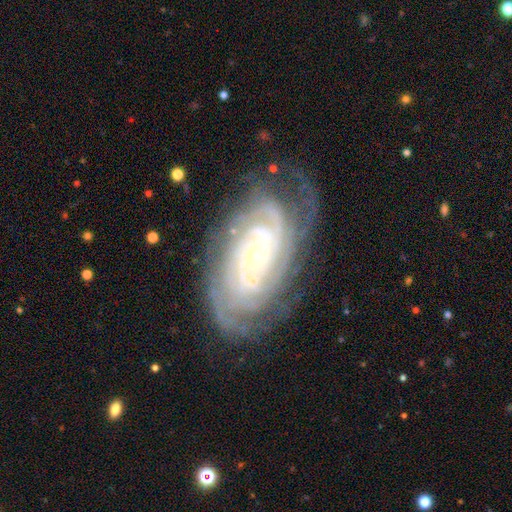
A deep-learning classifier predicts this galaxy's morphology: A featured or disk galaxy (89%) with no bar (75%), tight (81%) spiral arms (97%) and a small central bulge (80%).

Vote fractions:
- Smooth or featured? featured or disk: 89% / star or artifact: 6% / smooth: 6%
- Edge-on disk? no: 96% / yes: 4%
- Bar? no: 75% / weak: 17% / strong: 8%
- Spiral arms? yes: 97% / no: 3%
- Spiral winding? tight: 81% / medium: 16% / loose: 3%
- Spiral arm count? can't tell: 27% / 4: 22% / more than 4: 17% / 3: 16% / 2: 12% / 1: 6%
- Bulge size? small: 80% / moderate: 15% / large: 2% / none: 1% / dominant: 1%
- Merging? none: 73% / minor disturbance: 18% / major disturbance: 7% / merger: 2%